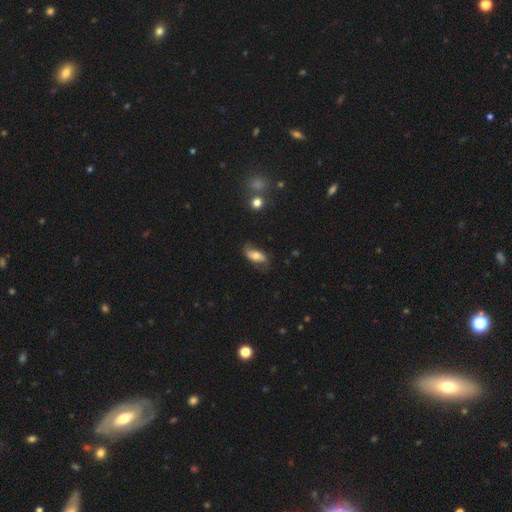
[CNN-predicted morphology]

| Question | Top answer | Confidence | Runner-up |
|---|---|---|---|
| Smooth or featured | smooth | 59% | featured or disk (33%) |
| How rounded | in between | 85% | cigar-shaped (10%) |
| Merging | none | 66% | minor disturbance (24%) |